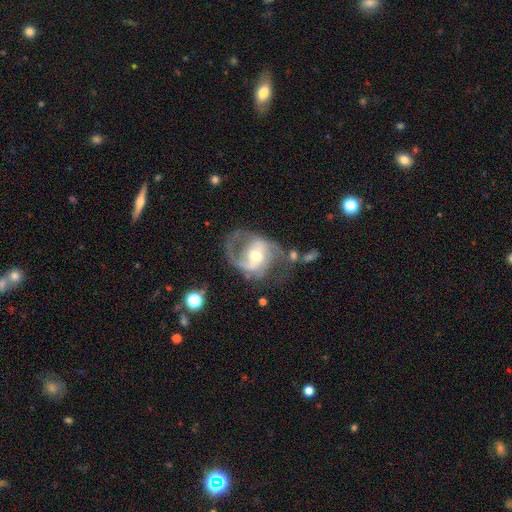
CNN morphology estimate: Smooth or featured? featured or disk (82%)
Edge-on disk? no (97%)
Bar? weak (44%)
Spiral arms? yes (88%)
Spiral winding? medium (48%)
Spiral arm count? 2 (66%)
Bulge size? moderate (63%)
Merging? none (43%)